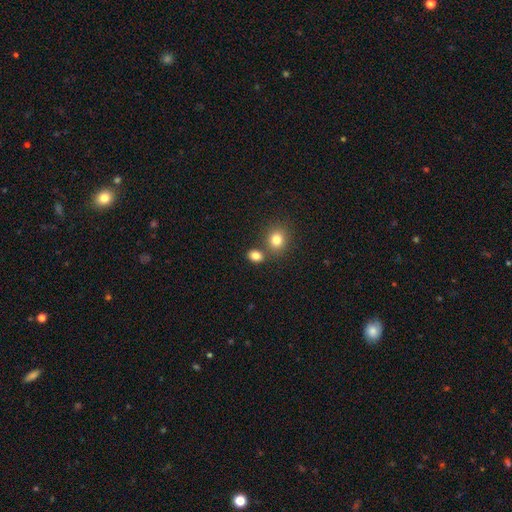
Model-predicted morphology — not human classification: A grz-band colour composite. It shows a smooth galaxy with no disk features (81%) that is in between round and cigar-shaped (51%). Merging: none (66%).